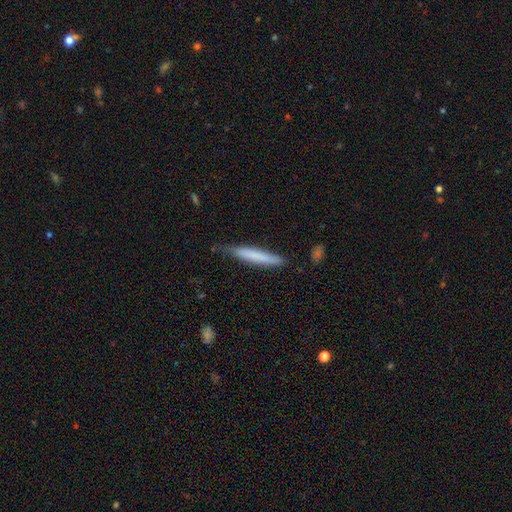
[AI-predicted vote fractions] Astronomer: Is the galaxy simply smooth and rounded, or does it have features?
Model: smooth — 69%.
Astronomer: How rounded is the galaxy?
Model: cigar-shaped — 95%.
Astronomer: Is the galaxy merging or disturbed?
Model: none — 65%.